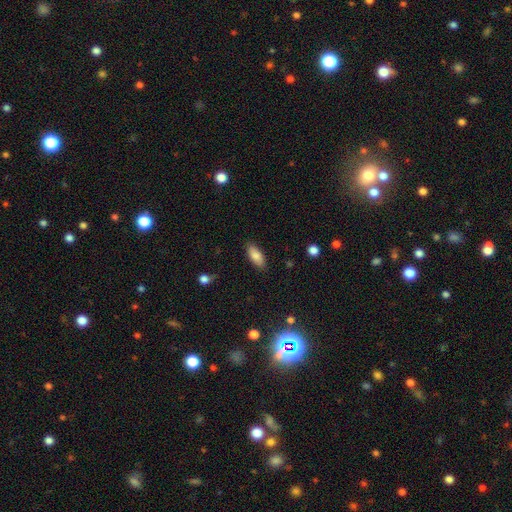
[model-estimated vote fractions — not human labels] Overall: smooth (85%). How rounded: in between (84%). Merging: none (86%).